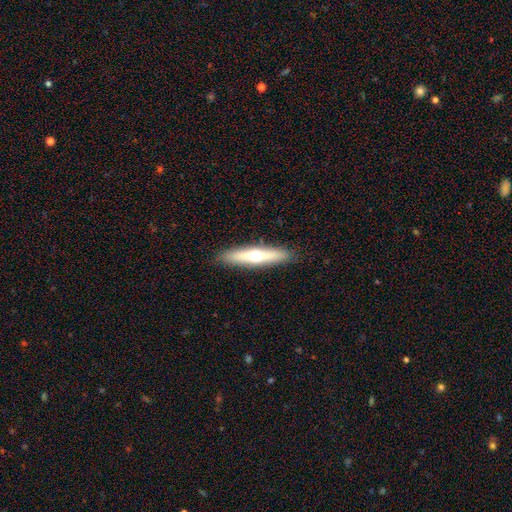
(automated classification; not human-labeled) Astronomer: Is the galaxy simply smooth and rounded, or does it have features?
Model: featured or disk — 47%, tied with smooth at 47%.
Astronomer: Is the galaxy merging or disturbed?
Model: none — 90%.